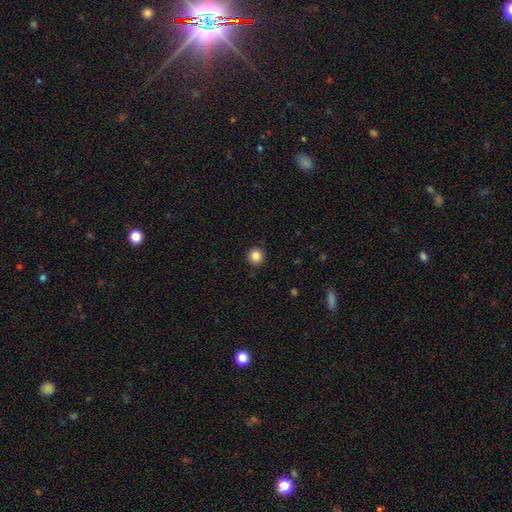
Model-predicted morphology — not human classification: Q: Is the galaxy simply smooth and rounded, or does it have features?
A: smooth — 85%.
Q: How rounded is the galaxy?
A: round — 93%.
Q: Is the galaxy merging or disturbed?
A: none — 92%.